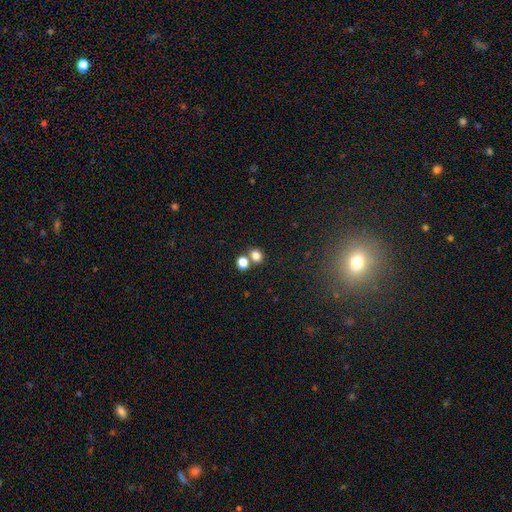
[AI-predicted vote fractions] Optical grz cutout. It shows a smooth galaxy with no disk features (79%) that is round (71%). Merging: none (59%).